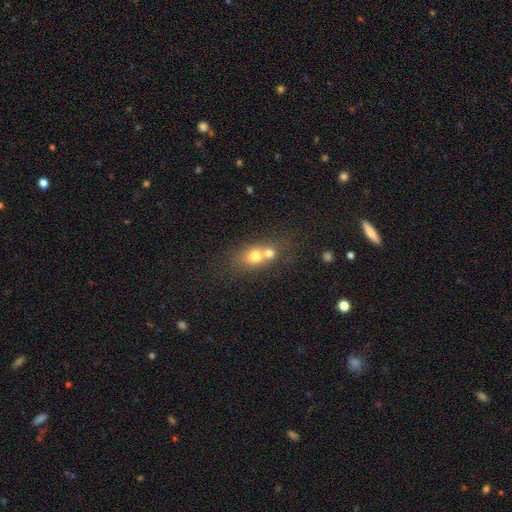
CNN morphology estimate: Smooth or featured: smooth — 69% (featured or disk — 21%)
How rounded: round — 55% (in between — 43%)
Merging: merger — 61% (none — 29%)